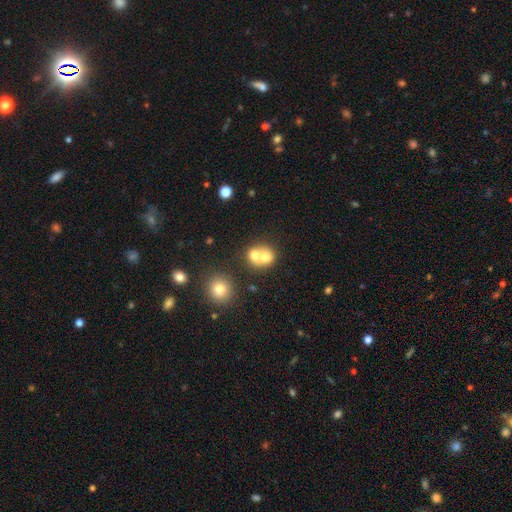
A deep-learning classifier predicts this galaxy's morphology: smooth-or-featured: smooth: 66% | featured or disk: 21% | star or artifact: 13%
  how-rounded: round: 74% | in between: 25% | cigar-shaped: 1%
  merging: merger: 59% | none: 31% | minor disturbance: 6% | major disturbance: 3%